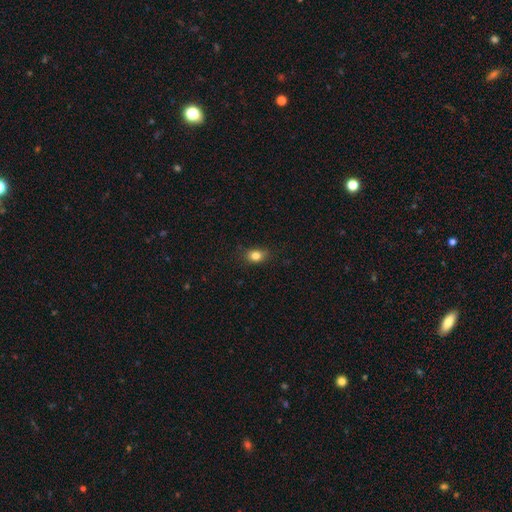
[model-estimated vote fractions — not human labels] smooth_or_featured: smooth (p=0.82) [alt: star or artifact p=0.11]
how_rounded: in between (p=0.56) [alt: round p=0.42]
merging: none (p=0.79) [alt: minor disturbance p=0.16]